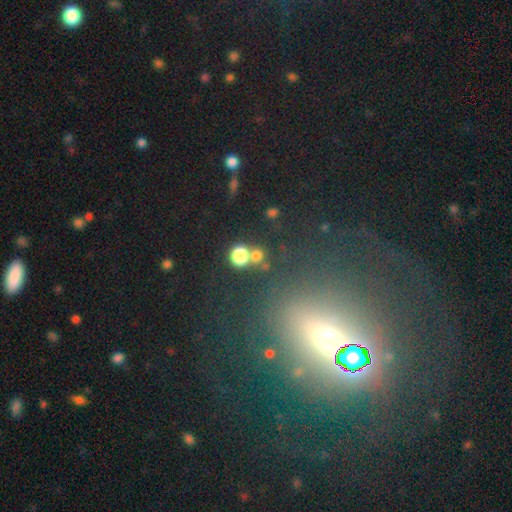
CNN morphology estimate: The model was most divided on "merging": none: 58%, merger: 29%, minor disturbance: 8%, major disturbance: 5%. More confident: how rounded — round (86%); smooth or featured — smooth (75%).